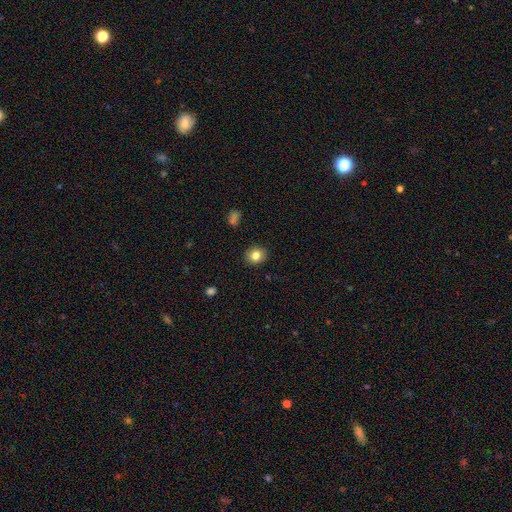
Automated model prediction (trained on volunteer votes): The model was most divided on "how rounded": round: 72%, in between: 27%, cigar-shaped: 1%. More confident: merging — none (90%); smooth or featured — smooth (81%).